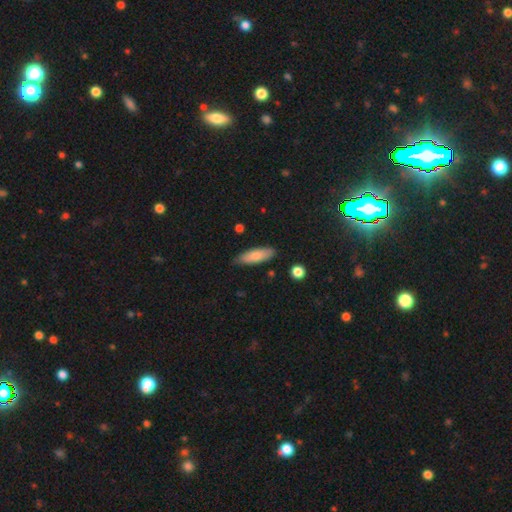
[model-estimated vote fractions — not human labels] A smooth galaxy with no disk features (78%) that is in between round and cigar-shaped (57%).

Vote fractions:
- Smooth or featured? smooth: 78% / featured or disk: 16% / star or artifact: 6%
- How rounded? in between: 57% / cigar-shaped: 41% / round: 2%
- Merging? none: 80% / minor disturbance: 15% / major disturbance: 2% / merger: 2%